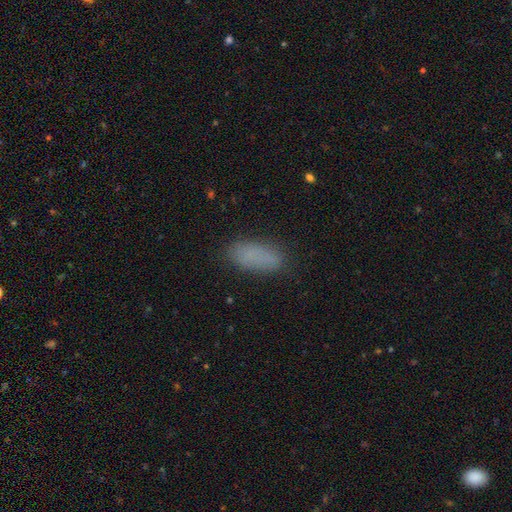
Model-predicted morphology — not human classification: A smooth galaxy with no disk features (83%) that is in between round and cigar-shaped (82%). Merging: none (83%).